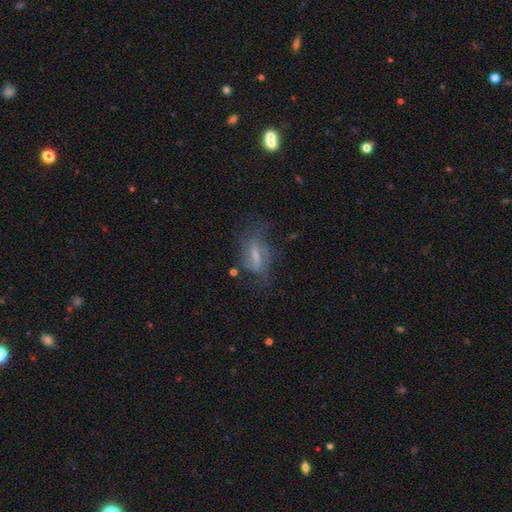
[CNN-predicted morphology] This is possibly a featured or disk galaxy (59%). It is clearly not viewed edge-on (88%). Bar: possibly weak (48%). Spiral arm pattern: likely yes (67%). Central bulge: marginally small (39%). Merging: possibly none (52%).